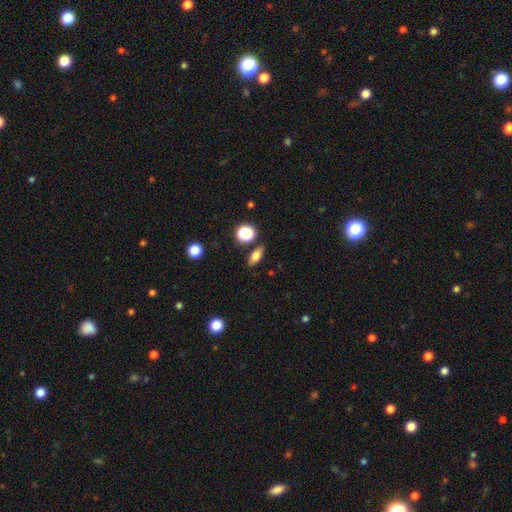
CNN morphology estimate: A smooth galaxy with no disk features (74%) that is in between round and cigar-shaped (72%).

Vote fractions:
- Smooth or featured? smooth: 74% / featured or disk: 15% / star or artifact: 11%
- How rounded? in between: 72% / cigar-shaped: 16% / round: 11%
- Merging? none: 83% / minor disturbance: 10% / merger: 5% / major disturbance: 3%